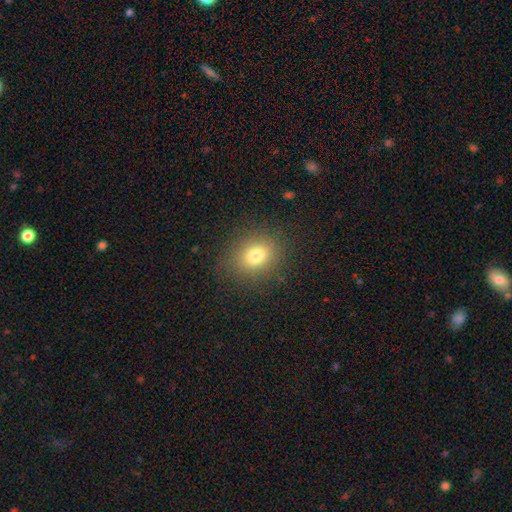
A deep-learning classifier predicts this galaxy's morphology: The model was most divided on "how rounded": round: 53%, in between: 46%, cigar-shaped: 1%. More confident: merging — none (86%); smooth or featured — smooth (78%).